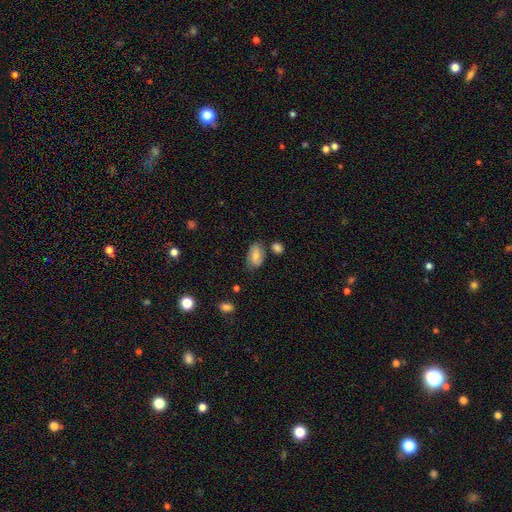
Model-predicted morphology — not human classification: Q: Smooth or featured?
A: smooth (55%); runner-up: featured or disk (37%)
Q: How rounded?
A: in between (90%); runner-up: round (7%)
Q: Merging?
A: none (66%); runner-up: minor disturbance (21%)